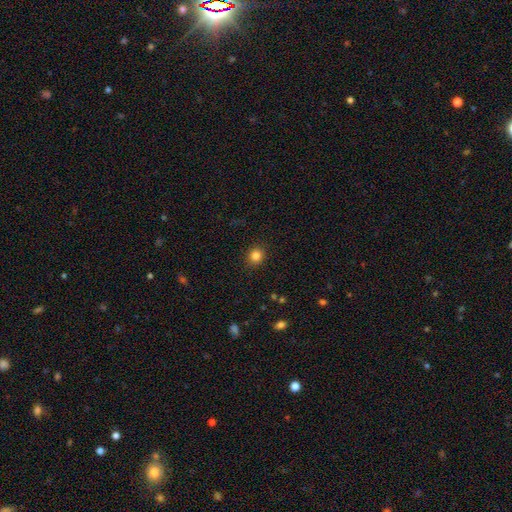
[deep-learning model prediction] This is clearly a smooth galaxy (84%). How rounded: likely round (79%). Merging: clearly none (90%).